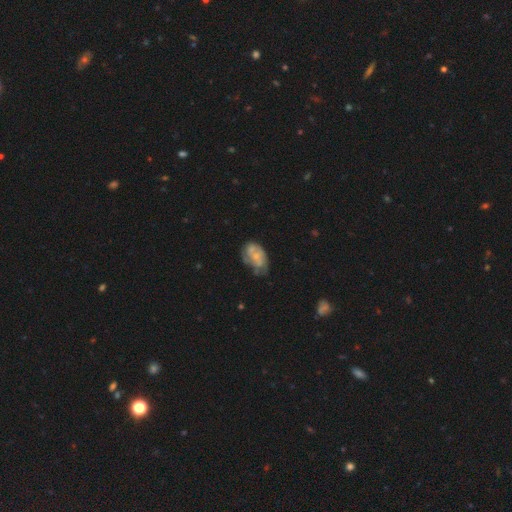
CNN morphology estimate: Overall: featured or disk (54%; smooth 38%). Edge-on disk: no (97%). Bar: no (81%). Spiral arms: no (57%; yes 43%). Bulge size: small (46%; moderate 26%). Merging: none (44%; minor disturbance 32%).